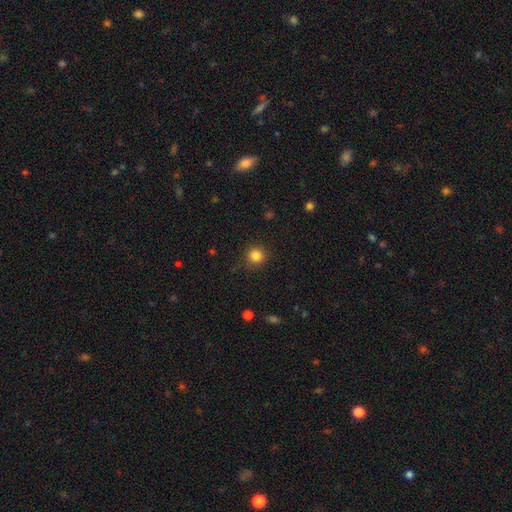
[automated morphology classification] Smooth or featured?
  - smooth: 84% *
  - star or artifact: 12%
  - featured or disk: 4%
How rounded?
  - round: 94% *
  - in between: 5%
  - cigar-shaped: 1%
Merging?
  - none: 89% *
  - minor disturbance: 7%
  - major disturbance: 3%
  - merger: 1%